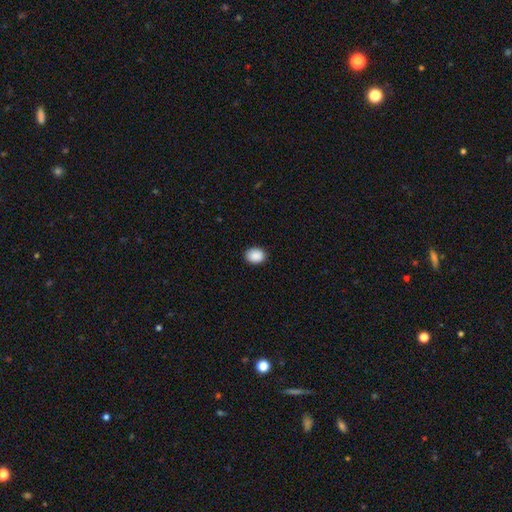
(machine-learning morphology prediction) smooth_or_featured: smooth (p=0.90) [alt: star or artifact p=0.08]
how_rounded: in between (p=0.54) [alt: round p=0.46]
merging: none (p=0.90) [alt: minor disturbance p=0.08]